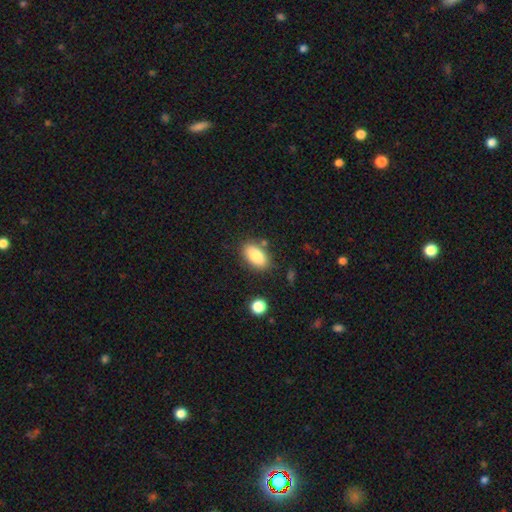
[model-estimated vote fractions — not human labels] This is clearly a smooth galaxy (85%). How rounded: clearly in between (91%). Merging: clearly none (81%).